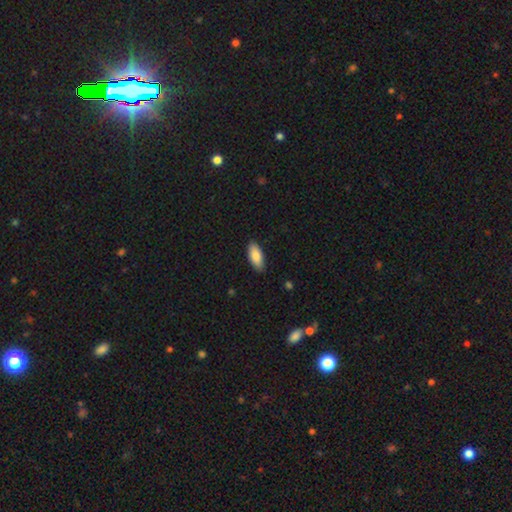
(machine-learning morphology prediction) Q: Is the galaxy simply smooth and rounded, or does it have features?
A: smooth — 86%.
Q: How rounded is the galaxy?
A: in between — 85%.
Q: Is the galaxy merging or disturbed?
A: none — 88%.